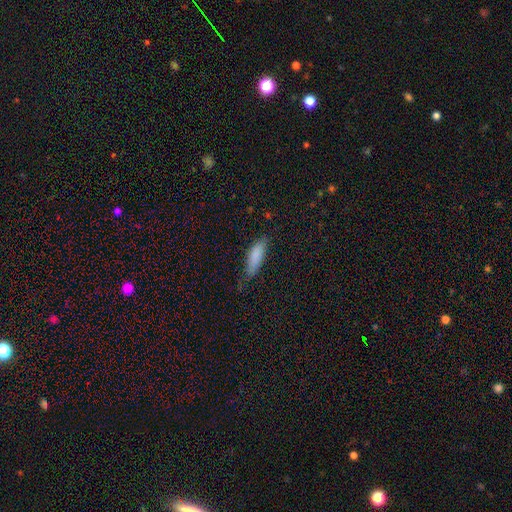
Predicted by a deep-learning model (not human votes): Smooth or featured? smooth (84%)
How rounded? cigar-shaped (52%)
Merging? none (68%)